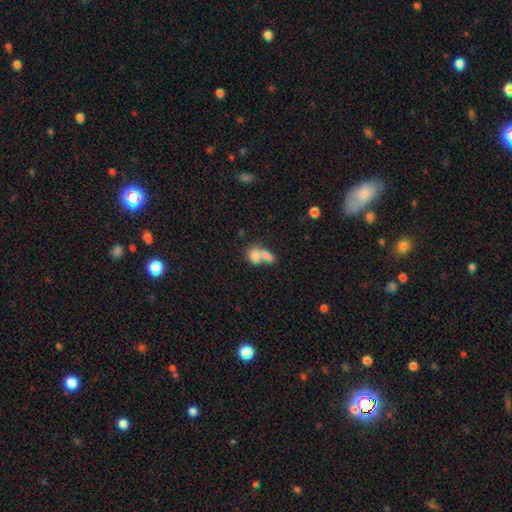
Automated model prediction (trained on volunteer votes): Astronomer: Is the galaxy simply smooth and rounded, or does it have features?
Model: smooth — 76%.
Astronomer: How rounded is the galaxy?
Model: in between — 63%.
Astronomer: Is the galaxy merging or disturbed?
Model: merger — 68%.